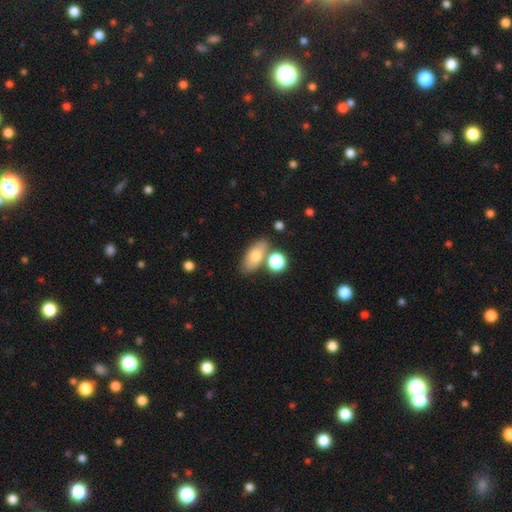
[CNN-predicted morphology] type=smooth (72%); roundness=in between (81%); merging=none (68%).